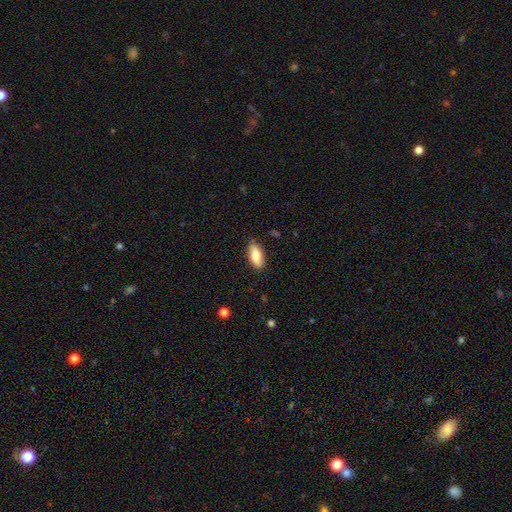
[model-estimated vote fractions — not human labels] This is clearly a smooth galaxy (80%). How rounded: clearly in between (86%). Merging: clearly none (82%).